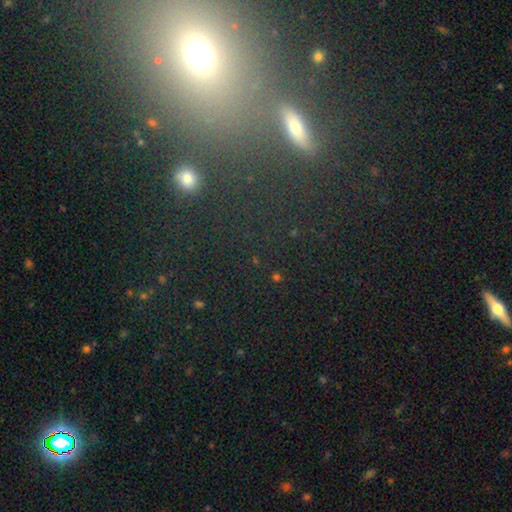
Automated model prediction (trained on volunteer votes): This appears to be a star or artifact, not a galaxy (47%).